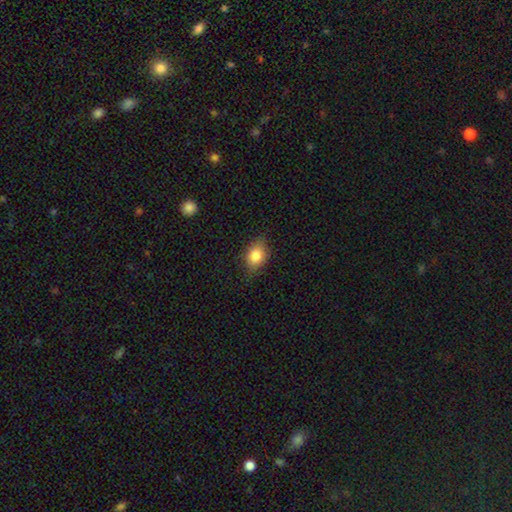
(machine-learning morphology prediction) Overall: smooth (82%). How rounded: in between (71%). Merging: none (77%).